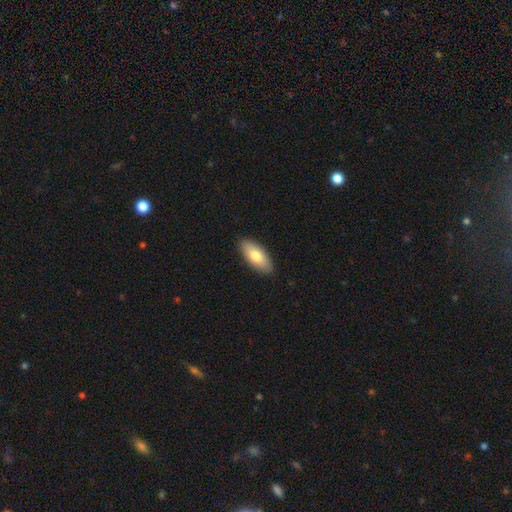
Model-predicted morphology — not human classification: Overall: smooth (78%). How rounded: in between (86%). Merging: none (89%).